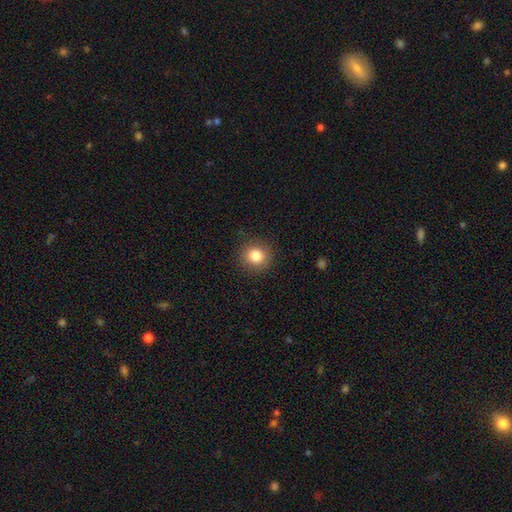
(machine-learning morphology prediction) This is clearly a smooth galaxy (83%). How rounded: clearly round (88%). Merging: clearly none (89%).